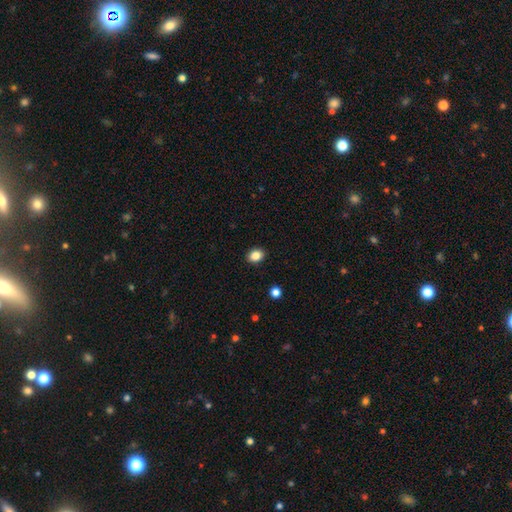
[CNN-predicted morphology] Q: Smooth or featured?
A: smooth (86%); runner-up: star or artifact (10%)
Q: How rounded?
A: in between (59%); runner-up: round (40%)
Q: Merging?
A: none (91%); runner-up: minor disturbance (6%)